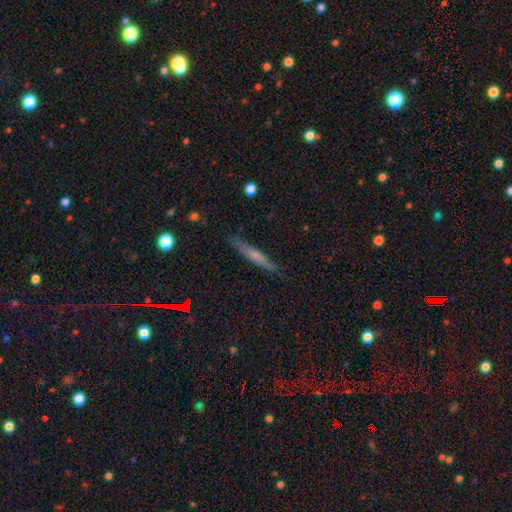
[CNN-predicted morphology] smooth-or-featured: smooth: 51% | featured or disk: 41% | star or artifact: 8%
  how-rounded: cigar-shaped: 94% | in between: 5% | round: 2%
  merging: none: 86% | minor disturbance: 11% | major disturbance: 2% | merger: 1%